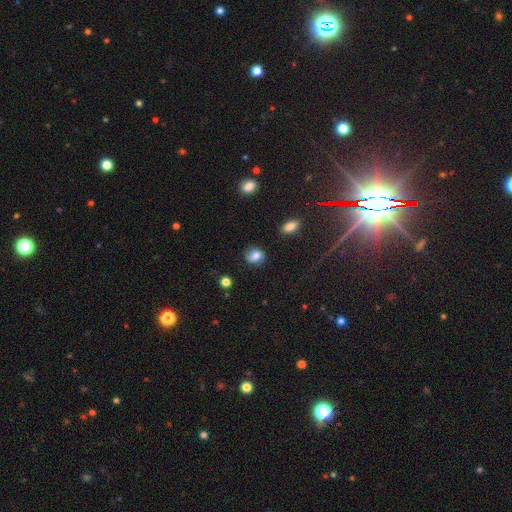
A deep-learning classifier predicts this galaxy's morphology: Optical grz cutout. It shows a smooth galaxy with no disk features (76%) that is round (61%). Merging: none (71%).